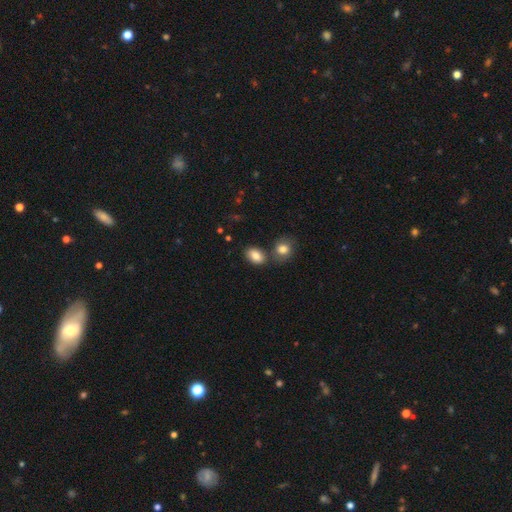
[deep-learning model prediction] smooth-or-featured: smooth: 84% | star or artifact: 8% | featured or disk: 7%
  how-rounded: in between: 84% | round: 15% | cigar-shaped: 1%
  merging: none: 64% | merger: 21% | minor disturbance: 12% | major disturbance: 3%